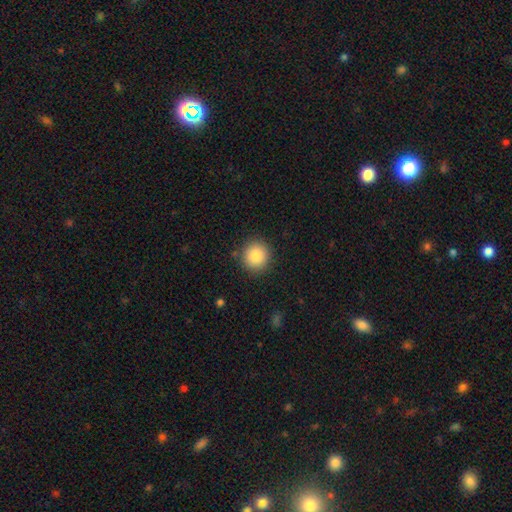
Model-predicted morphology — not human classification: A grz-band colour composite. It shows a smooth galaxy with no disk features (86%) that is round (92%). Merging: none (89%).